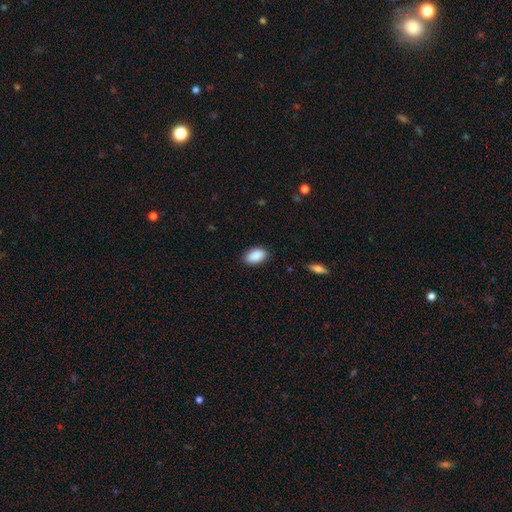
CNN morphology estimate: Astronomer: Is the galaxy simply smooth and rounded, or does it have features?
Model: smooth — 90%.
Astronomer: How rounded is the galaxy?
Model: in between — 92%.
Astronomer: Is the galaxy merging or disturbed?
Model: none — 87%.